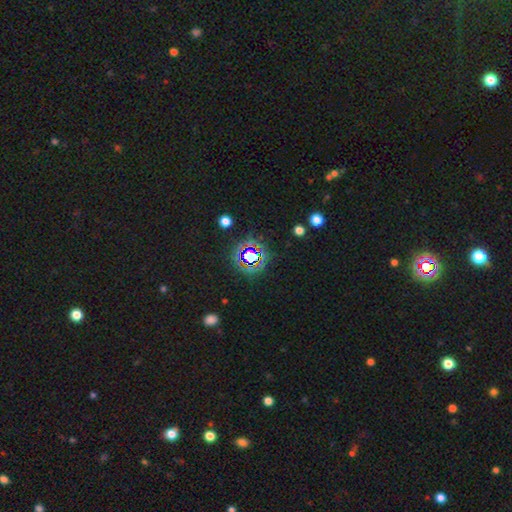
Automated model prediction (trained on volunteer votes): smooth_or_featured: star or artifact (p=0.69) [alt: smooth p=0.20]